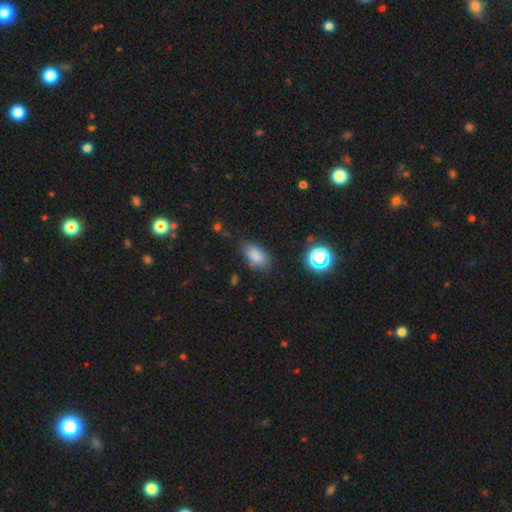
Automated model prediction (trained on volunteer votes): A smooth galaxy with no disk features (82%) that is in between round and cigar-shaped (89%).

Vote fractions:
- Smooth or featured? smooth: 82% / star or artifact: 11% / featured or disk: 6%
- How rounded? in between: 89% / round: 7% / cigar-shaped: 3%
- Merging? none: 75% / minor disturbance: 17% / major disturbance: 5% / merger: 3%